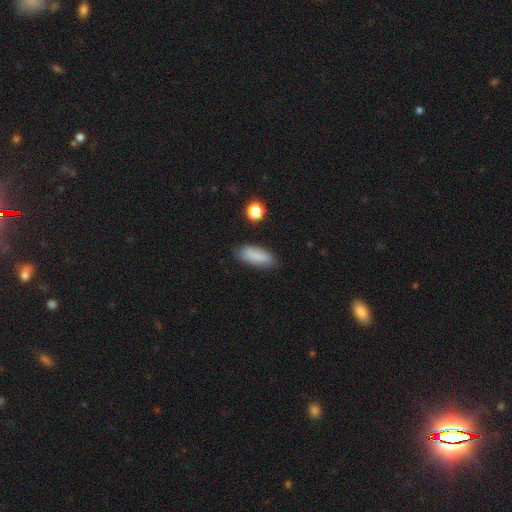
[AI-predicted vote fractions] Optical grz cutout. It shows a smooth galaxy with no disk features (86%) that is in between round and cigar-shaped (68%). Merging: none (80%).